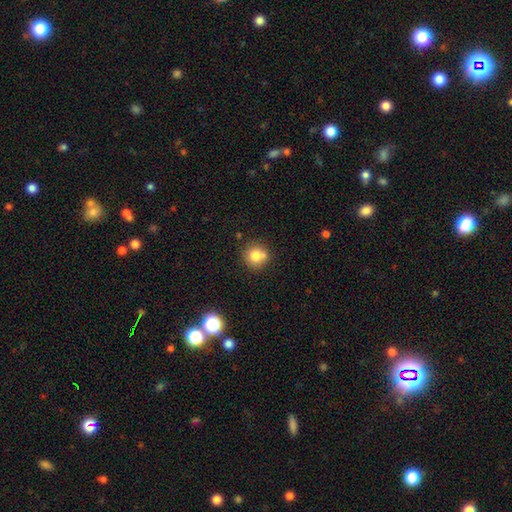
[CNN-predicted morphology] type=smooth (79%); roundness=round (90%); merging=none (66%).